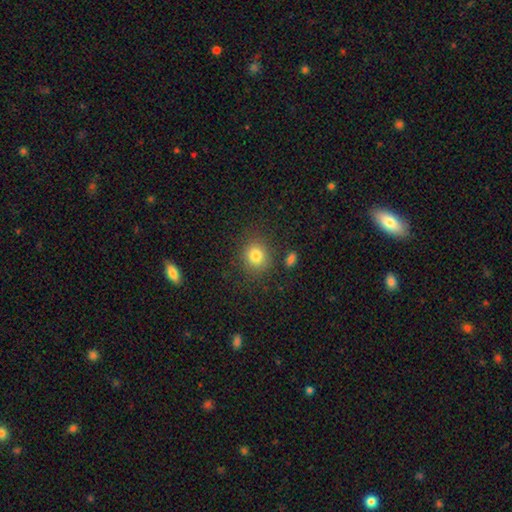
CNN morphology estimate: Q: Smooth or featured?
A: smooth (81%); runner-up: star or artifact (12%)
Q: How rounded?
A: round (75%); runner-up: in between (24%)
Q: Merging?
A: none (82%); runner-up: minor disturbance (10%)